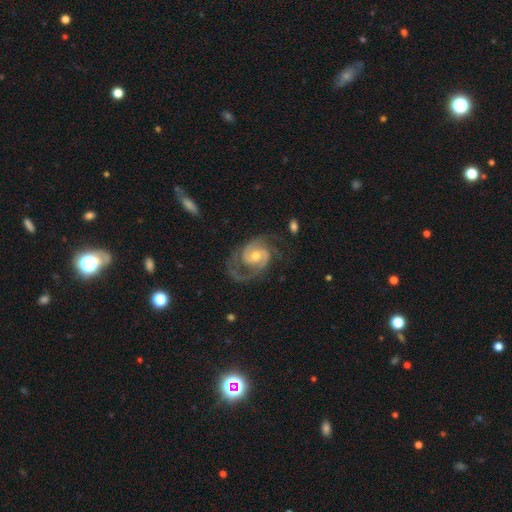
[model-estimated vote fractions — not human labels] Smooth or featured? Predicted: featured or disk (p=0.90). Edge-on disk? Predicted: no (p=0.98). Bar? Predicted: no (p=0.53). Spiral arms? Predicted: yes (p=0.97). Spiral winding? Predicted: medium (p=0.50). Spiral arm count? Predicted: 2 (p=0.81). Bulge size? Predicted: moderate (p=0.61). Merging? Predicted: none (p=0.65).